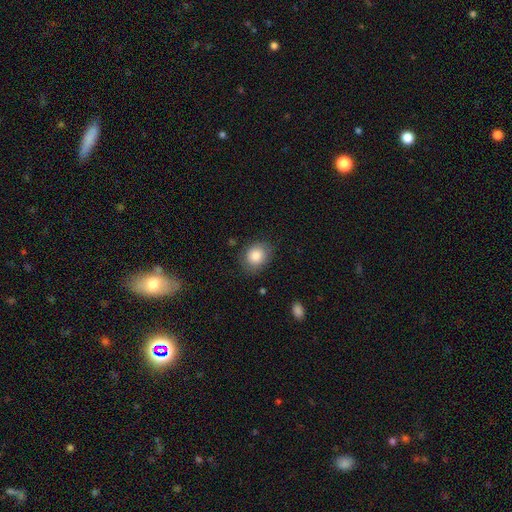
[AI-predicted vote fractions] Smooth or featured?
  - smooth: 85% *
  - star or artifact: 8%
  - featured or disk: 7%
How rounded?
  - round: 54% *
  - in between: 45%
  - cigar-shaped: 1%
Merging?
  - none: 78% *
  - minor disturbance: 17%
  - major disturbance: 4%
  - merger: 1%